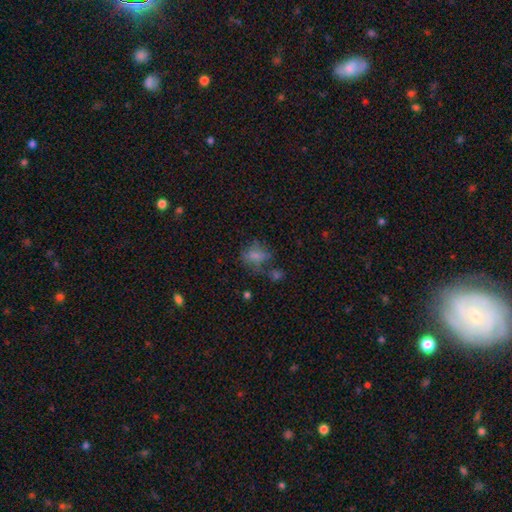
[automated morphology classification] smooth 67%, featured or disk 18%, star or artifact 15%. Down the decision tree: how rounded — in between (54%); merging — none (41%).